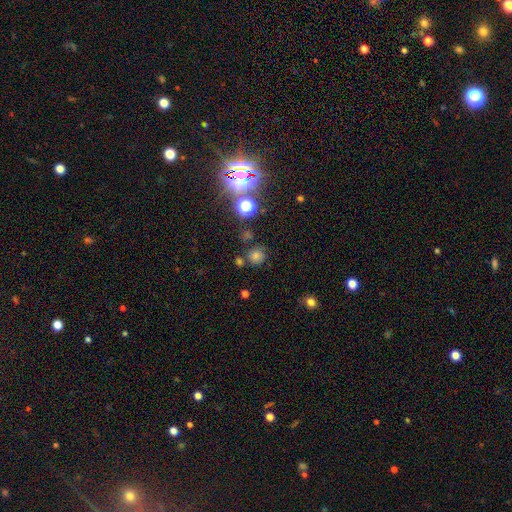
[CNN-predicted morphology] Smooth or featured: smooth — 55% (star or artifact — 35%)
How rounded: round — 90% (in between — 9%)
Merging: none — 78% (minor disturbance — 10%)